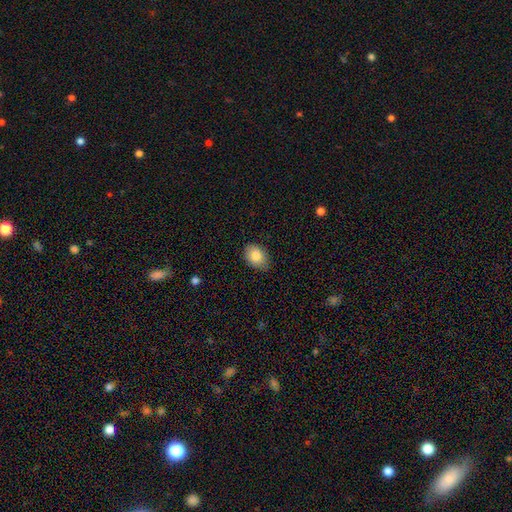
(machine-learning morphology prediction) Smooth or featured: smooth — 83% (featured or disk — 9%)
How rounded: in between — 79% (round — 20%)
Merging: none — 81% (minor disturbance — 16%)